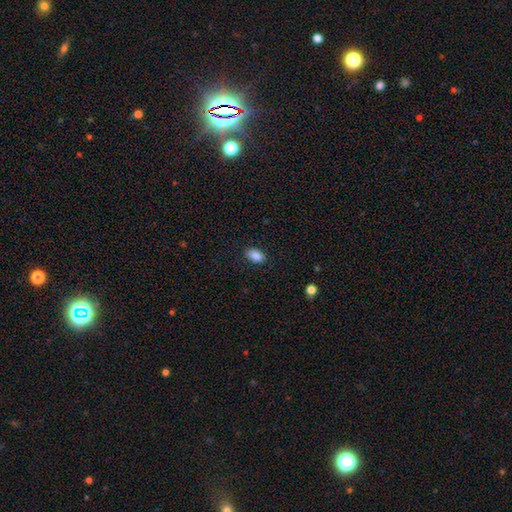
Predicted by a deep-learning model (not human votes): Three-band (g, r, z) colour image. It shows a smooth galaxy with no disk features (88%) that is in between round and cigar-shaped (89%). Merging: none (85%).